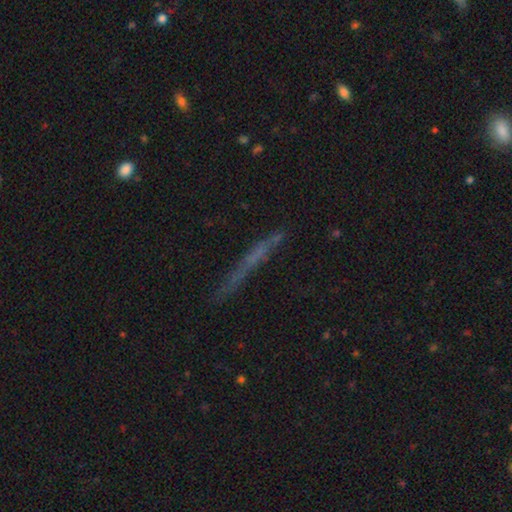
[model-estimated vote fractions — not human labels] This appears to be a smooth galaxy with no disk features (43%). Merging: none (73%).